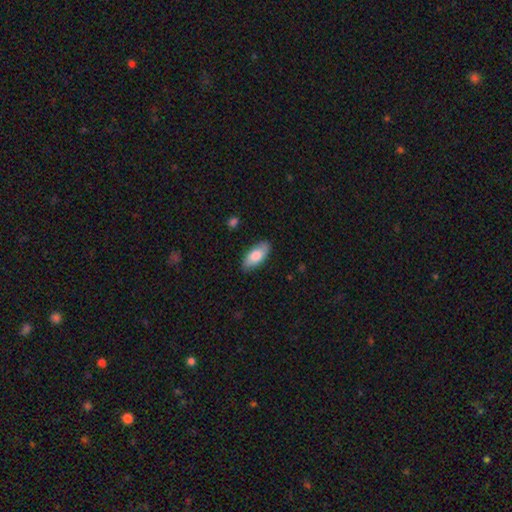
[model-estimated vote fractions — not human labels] smooth-or-featured: smooth: 79% | featured or disk: 15% | star or artifact: 5%
  how-rounded: in between: 88% | cigar-shaped: 10% | round: 2%
  merging: none: 86% | minor disturbance: 10% | major disturbance: 2% | merger: 1%